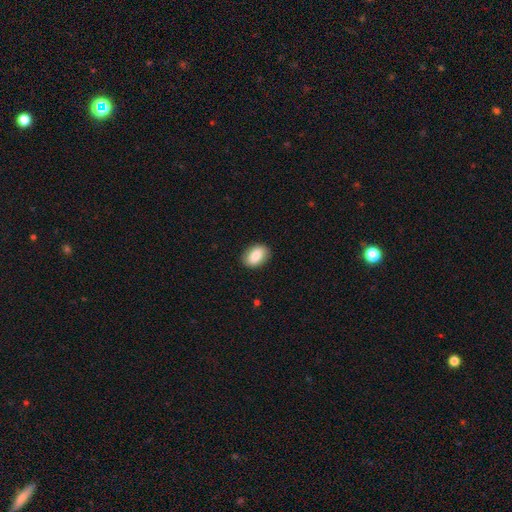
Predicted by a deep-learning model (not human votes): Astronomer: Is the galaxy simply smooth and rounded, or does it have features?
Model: smooth — 84%.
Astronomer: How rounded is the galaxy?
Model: in between — 85%.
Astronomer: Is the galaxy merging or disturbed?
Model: none — 88%.